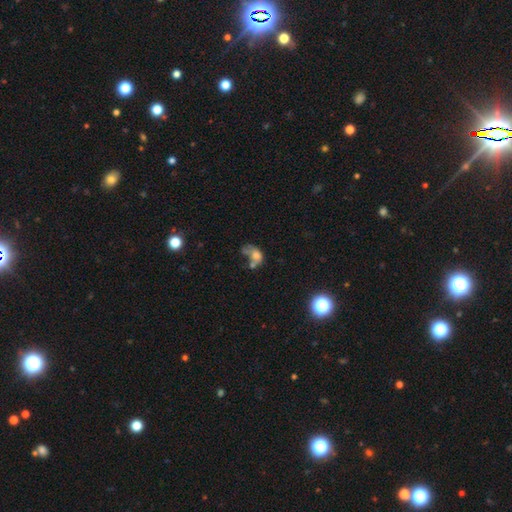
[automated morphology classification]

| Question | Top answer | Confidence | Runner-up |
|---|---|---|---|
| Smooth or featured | smooth | 57% | featured or disk (28%) |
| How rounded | in between | 74% | round (24%) |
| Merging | merger | 38% | major disturbance (30%) |